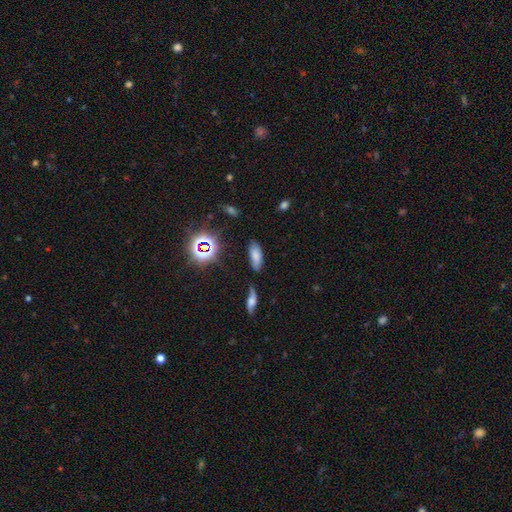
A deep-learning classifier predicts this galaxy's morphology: This appears to be a smooth galaxy with no disk features (69%) that is in between round and cigar-shaped (77%). Merging: none (74%).